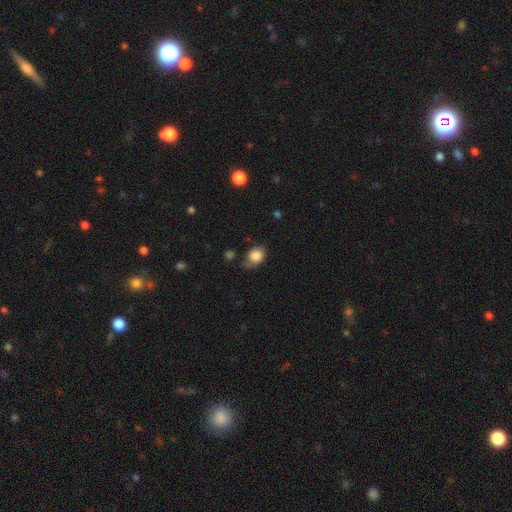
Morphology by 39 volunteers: smooth-or-featured: smooth: 92% | featured or disk: 8% | star or artifact: 0%
  how-rounded: round: 64% | in between: 36% | cigar-shaped: 0%
  merging: none: 46% | minor disturbance: 44% | major disturbance: 8% | merger: 3%